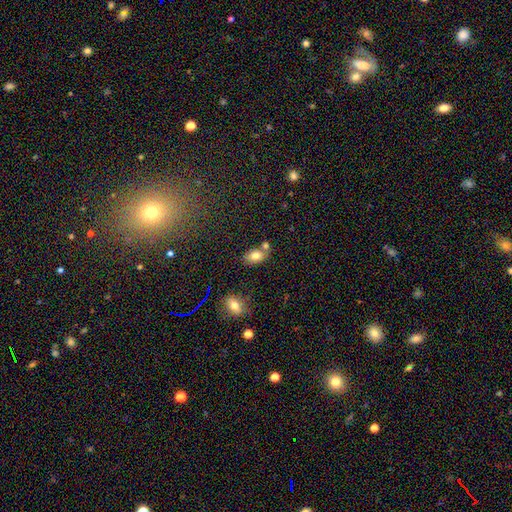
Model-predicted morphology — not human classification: Smooth or featured? smooth (77%)
How rounded? in between (85%)
Merging? none (56%)